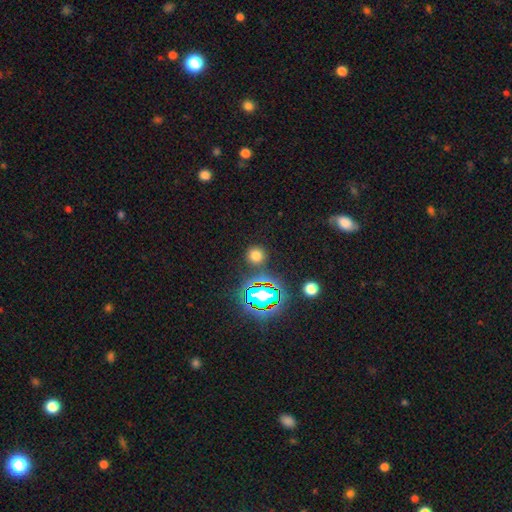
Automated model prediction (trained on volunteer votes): Morphology: type=smooth (66%); roundness=round (92%); merging=none (86%).